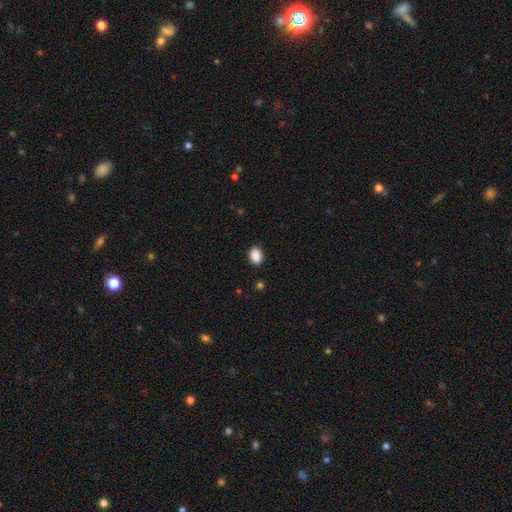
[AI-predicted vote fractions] This appears to be a smooth galaxy with no disk features (90%) that is in between round and cigar-shaped (80%). Merging: none (88%).